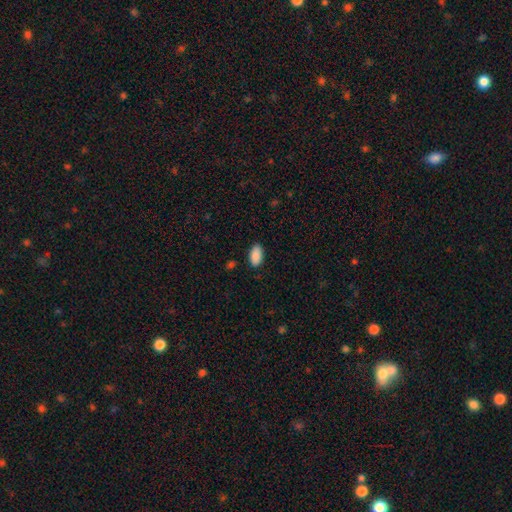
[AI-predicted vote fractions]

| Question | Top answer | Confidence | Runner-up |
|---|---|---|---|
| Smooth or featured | smooth | 90% | star or artifact (7%) |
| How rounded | in between | 94% | cigar-shaped (3%) |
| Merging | none | 86% | minor disturbance (10%) |